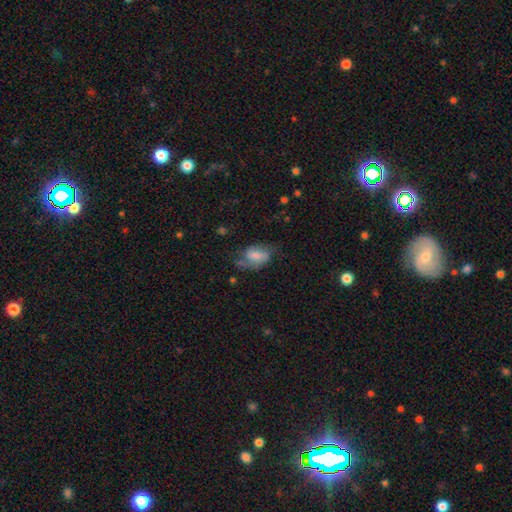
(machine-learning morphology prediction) smooth-or-featured: featured or disk: 46% (tied) | smooth: 46% (tied) | star or artifact: 8%
  merging: none: 46% | minor disturbance: 28% | major disturbance: 23% | merger: 2%